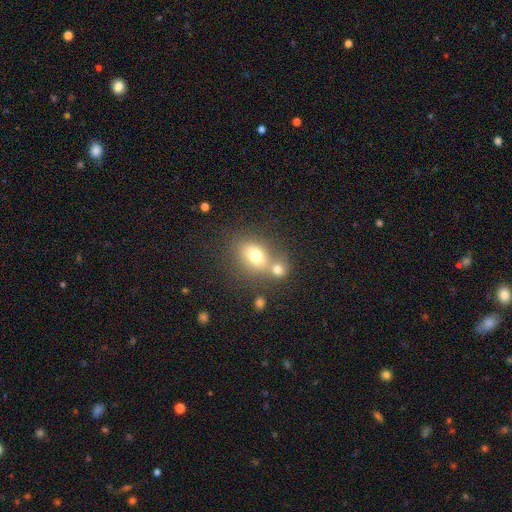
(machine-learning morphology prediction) Overall: smooth (73%). How rounded: in between (61%; round 38%). Merging: none (45%; merger 40%).